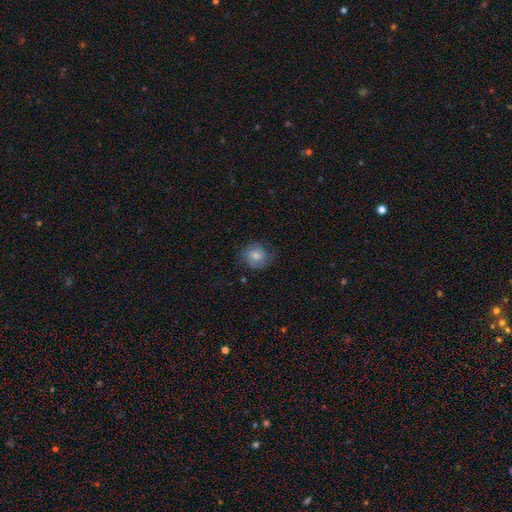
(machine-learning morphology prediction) Smooth or featured? Predicted: smooth (p=0.58). How rounded? Predicted: round (p=0.78). Merging? Predicted: none (p=0.68).